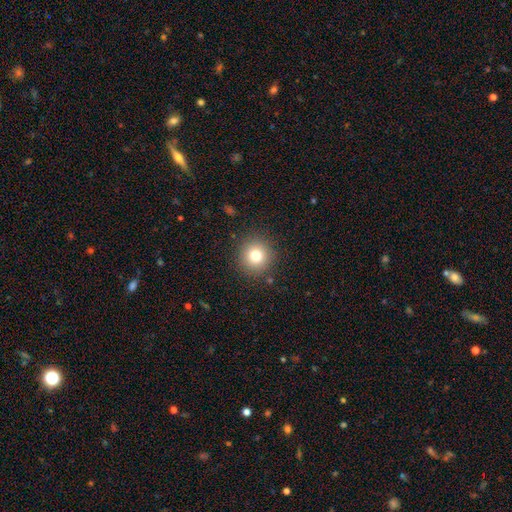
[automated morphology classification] Smooth or featured: smooth — 78% (star or artifact — 13%)
How rounded: round — 93% (in between — 6%)
Merging: none — 89% (minor disturbance — 7%)